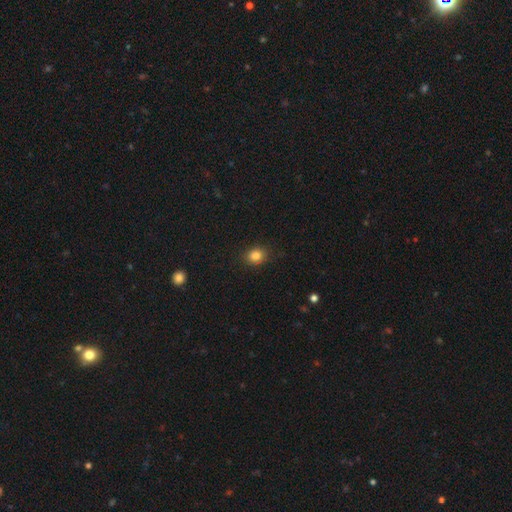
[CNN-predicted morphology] Q: Smooth or featured?
A: smooth (84%); runner-up: star or artifact (11%)
Q: How rounded?
A: round (67%); runner-up: in between (32%)
Q: Merging?
A: none (86%); runner-up: minor disturbance (10%)